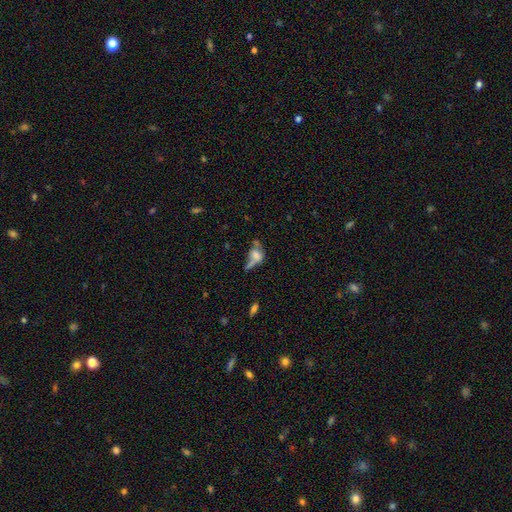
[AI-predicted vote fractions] Q: Smooth or featured?
A: smooth (53%); runner-up: featured or disk (32%)
Q: How rounded?
A: in between (71%); runner-up: round (19%)
Q: Merging?
A: merger (32%); runner-up: none (26%)